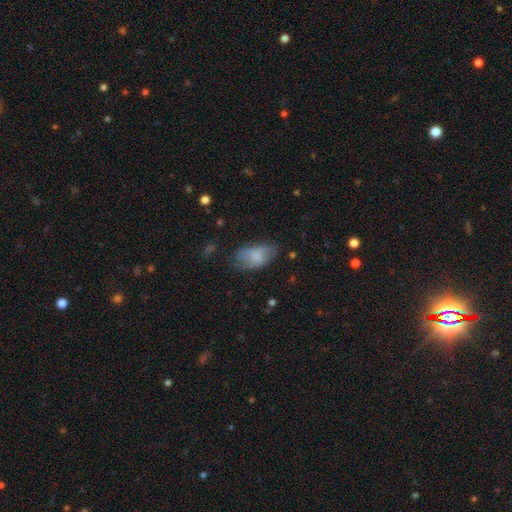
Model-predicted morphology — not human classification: Smooth or featured? Predicted: smooth (p=0.73). How rounded? Predicted: in between (p=0.93). Merging? Predicted: none (p=0.53).